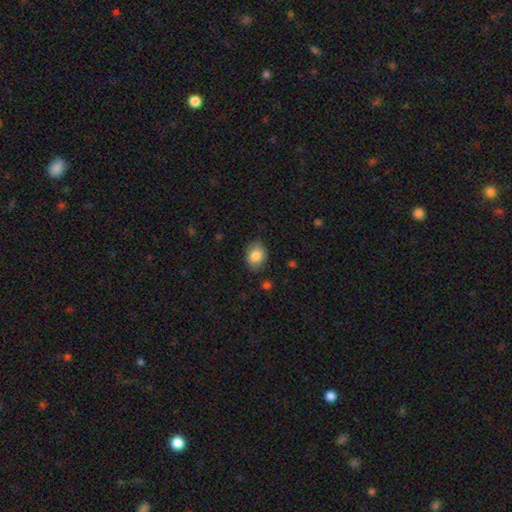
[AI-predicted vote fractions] Morphology: type=smooth (84%); roundness=in between (62%); merging=none (84%).